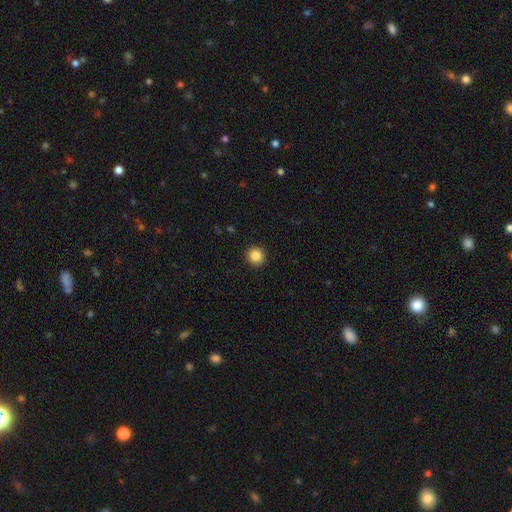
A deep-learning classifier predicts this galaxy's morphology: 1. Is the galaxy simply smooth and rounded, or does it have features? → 85% smooth, 10% star or artifact, 4% featured or disk.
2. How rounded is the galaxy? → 94% round, 5% in between, 1% cigar-shaped.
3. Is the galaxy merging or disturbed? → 92% none, 5% minor disturbance, 2% major disturbance, 1% merger.